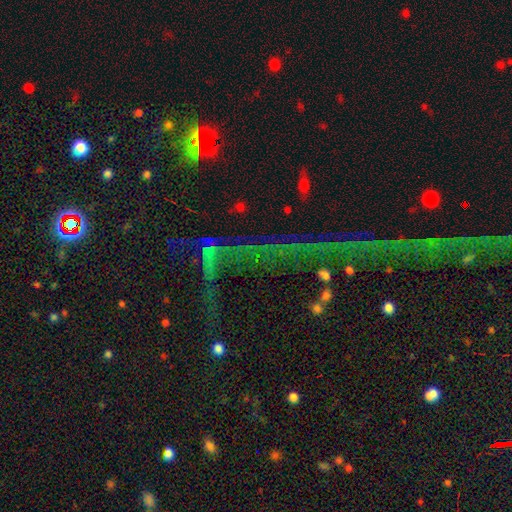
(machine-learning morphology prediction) Smooth or featured: star or artifact — 73% (featured or disk — 15%)